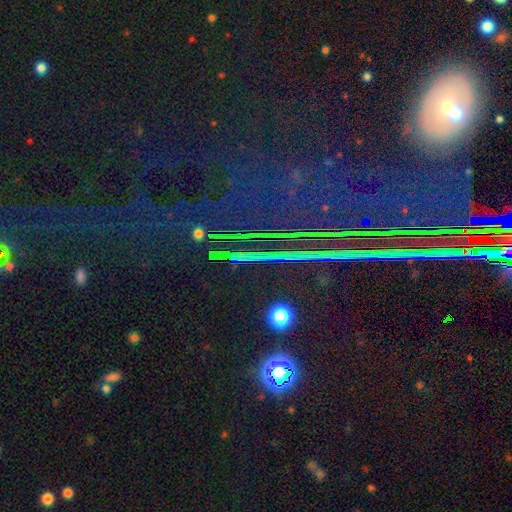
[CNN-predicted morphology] Smooth or featured? star or artifact (80%)